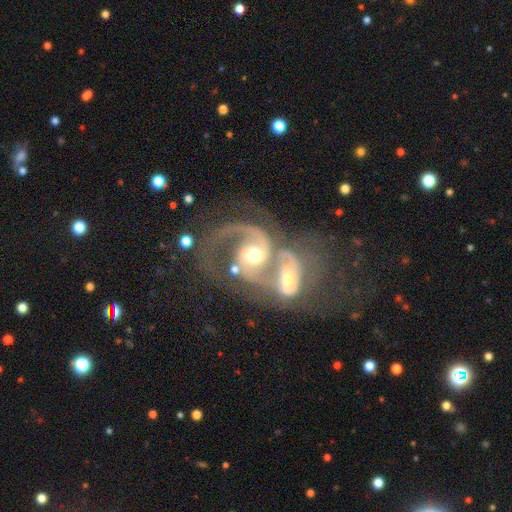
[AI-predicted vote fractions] Smooth or featured?
  - featured or disk: 82% *
  - smooth: 10%
  - star or artifact: 8%
Edge-on disk?
  - no: 97% *
  - yes: 3%
Bar?
  - no: 44% *
  - weak: 36%
  - strong: 20%
Spiral arms?
  - yes: 86% *
  - no: 14%
Spiral winding?
  - medium: 44% *
  - loose: 31%
  - tight: 26%
Spiral arm count?
  - 2: 51% *
  - 1: 25%
  - can't tell: 15%
  - 3: 4%
  - 4: 3%
  - more than 4: 3%
Bulge size?
  - moderate: 60% *
  - small: 24%
  - large: 10%
  - none: 3%
  - dominant: 2%
Merging?
  - merger: 78% *
  - none: 9%
  - major disturbance: 9%
  - minor disturbance: 5%